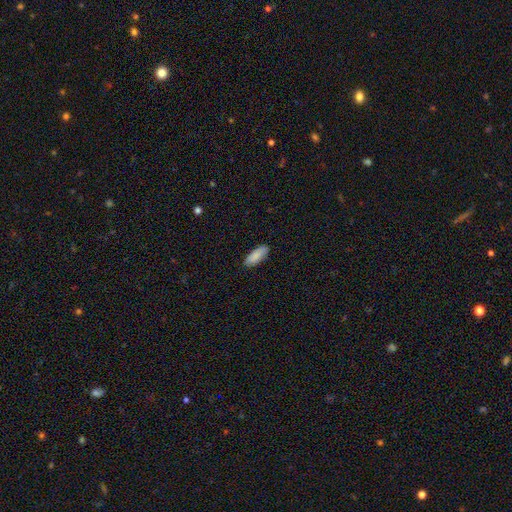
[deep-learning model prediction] Morphology: type=smooth (89%); roundness=in between (78%); merging=none (88%).